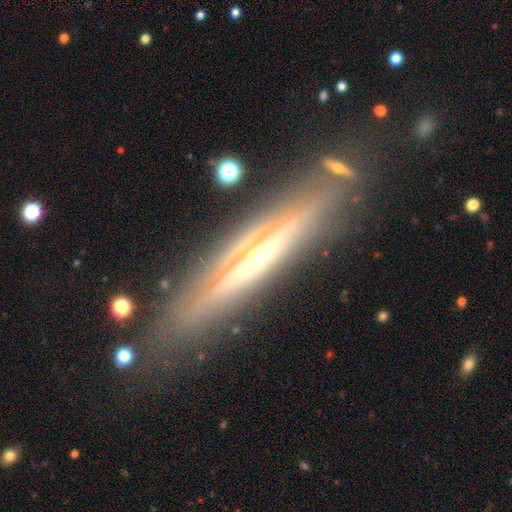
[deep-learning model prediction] A featured or disk galaxy (81%) viewed edge-on (91%) with a rounded central bulge (68%). Merging: none (83%).